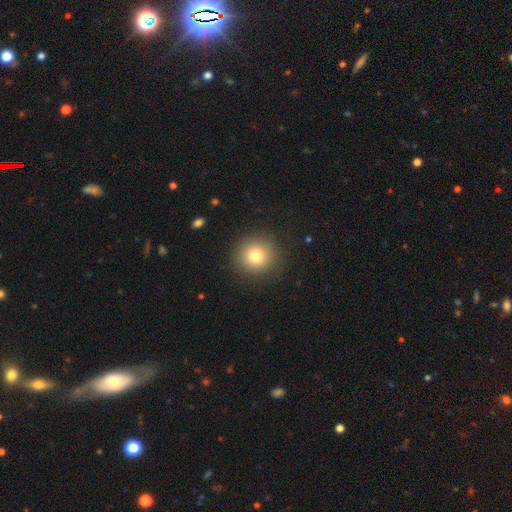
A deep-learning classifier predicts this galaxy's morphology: Smooth or featured: smooth — 78% (star or artifact — 12%)
How rounded: round — 93% (in between — 6%)
Merging: none — 89% (minor disturbance — 7%)